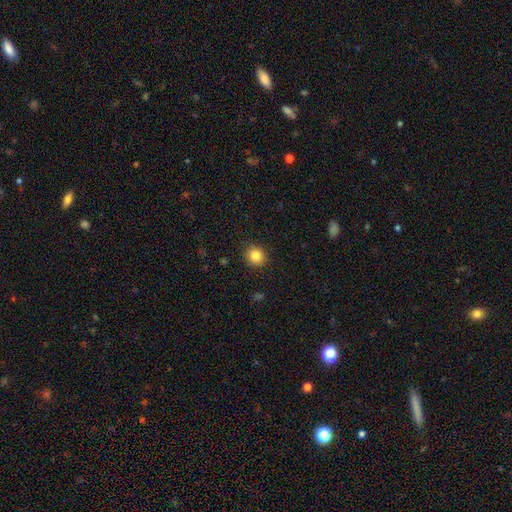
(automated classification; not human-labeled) This appears to be a smooth galaxy with no disk features (85%) that is round (84%). Merging: none (91%).